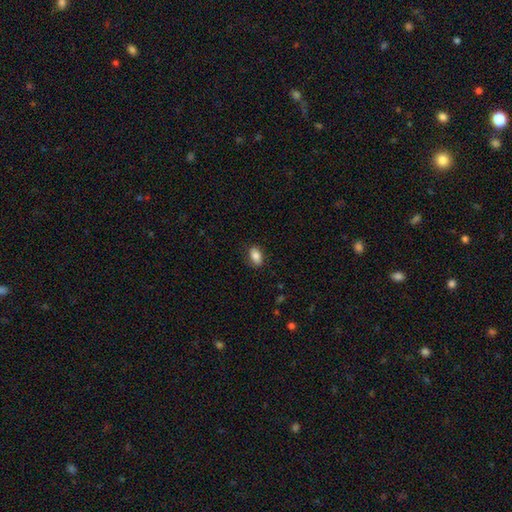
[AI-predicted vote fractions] Overall: smooth (84%). How rounded: in between (88%). Merging: none (82%).